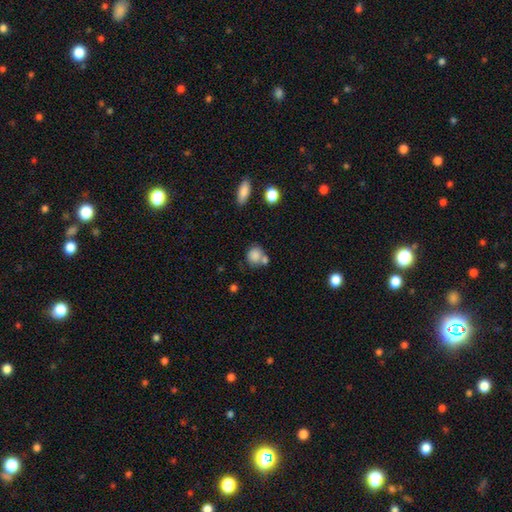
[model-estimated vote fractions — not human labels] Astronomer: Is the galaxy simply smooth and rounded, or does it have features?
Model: smooth — 82%.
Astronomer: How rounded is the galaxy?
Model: round — 74%.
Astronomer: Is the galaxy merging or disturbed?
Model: none — 49% (runner-up: merger, 32%).